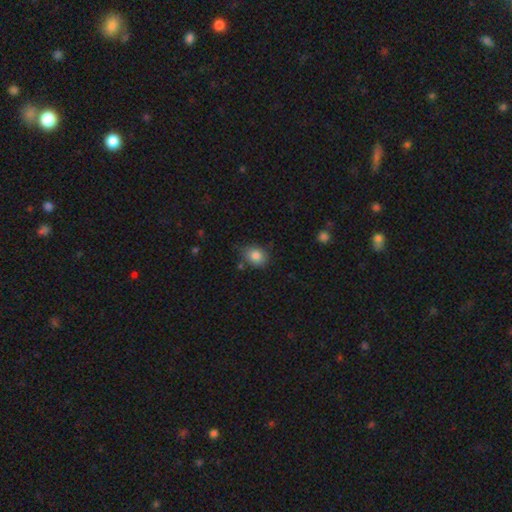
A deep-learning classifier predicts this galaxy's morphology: smooth 84%, star or artifact 9%, featured or disk 7%. Down the decision tree: how rounded — in between (53%); merging — none (76%).